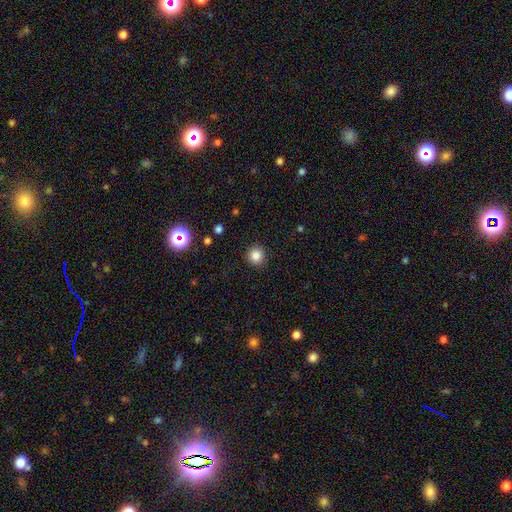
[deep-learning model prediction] Smooth or featured? smooth (84%)
How rounded? round (92%)
Merging? none (91%)